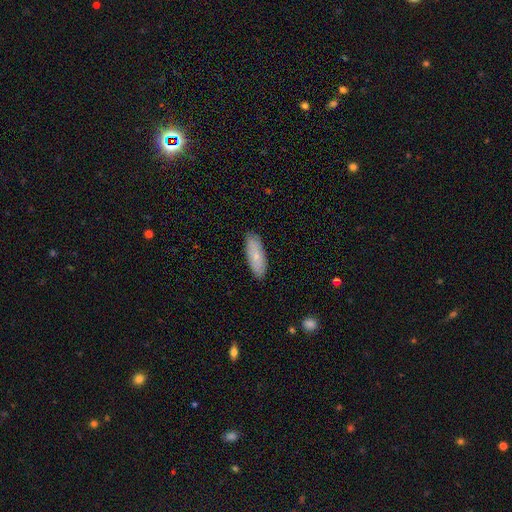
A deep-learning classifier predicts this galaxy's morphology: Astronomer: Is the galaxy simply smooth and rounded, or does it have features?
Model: smooth — 72%.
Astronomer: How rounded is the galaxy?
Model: in between — 66%.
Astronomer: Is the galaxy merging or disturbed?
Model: none — 86%.